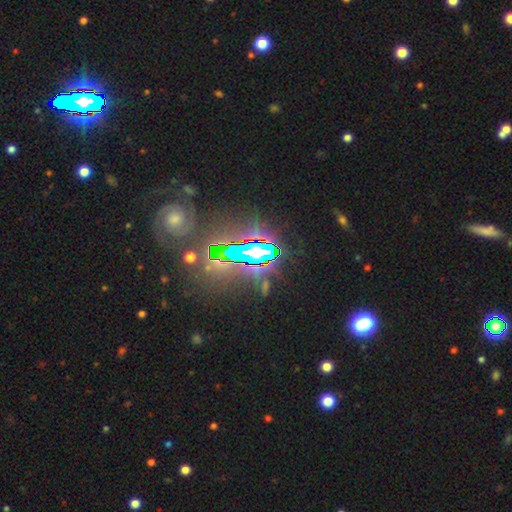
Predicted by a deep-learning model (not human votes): A star or artifact, not a galaxy (80%).

Vote fractions:
- Smooth or featured? star or artifact: 80% / featured or disk: 10% / smooth: 9%